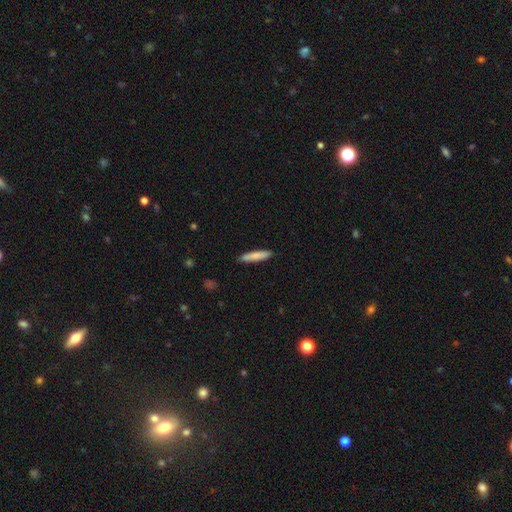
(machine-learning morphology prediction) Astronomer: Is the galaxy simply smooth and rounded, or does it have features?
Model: smooth — 81%.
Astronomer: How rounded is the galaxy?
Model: cigar-shaped — 87%.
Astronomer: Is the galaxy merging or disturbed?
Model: none — 88%.